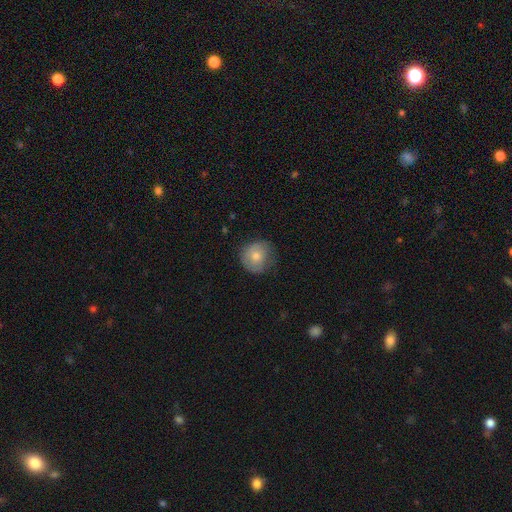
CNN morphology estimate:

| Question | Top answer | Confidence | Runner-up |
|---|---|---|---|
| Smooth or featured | smooth | 75% | featured or disk (18%) |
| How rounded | round | 87% | in between (12%) |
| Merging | none | 70% | minor disturbance (22%) |